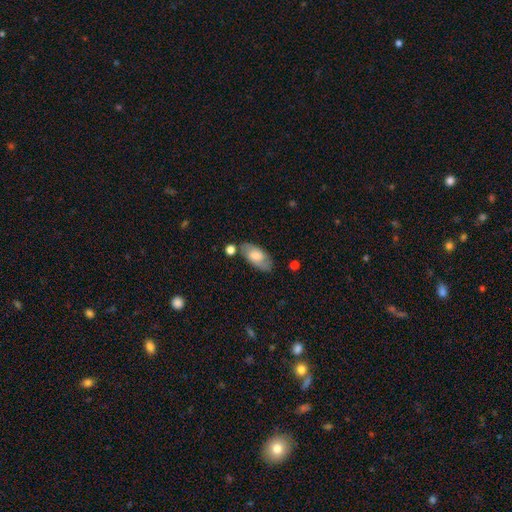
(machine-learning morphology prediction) Smooth or featured: smooth — 62% (featured or disk — 32%)
How rounded: in between — 90% (cigar-shaped — 7%)
Merging: none — 74% (minor disturbance — 16%)